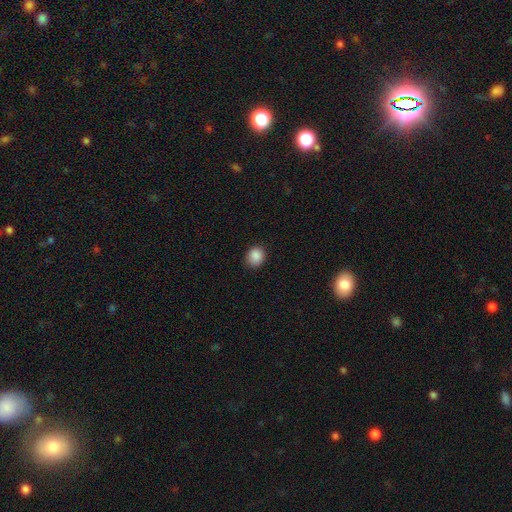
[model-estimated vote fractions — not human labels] smooth-or-featured: smooth: 88% | star or artifact: 9% | featured or disk: 3%
  how-rounded: round: 74% | in between: 25% | cigar-shaped: 1%
  merging: none: 87% | minor disturbance: 10% | major disturbance: 2% | merger: 1%